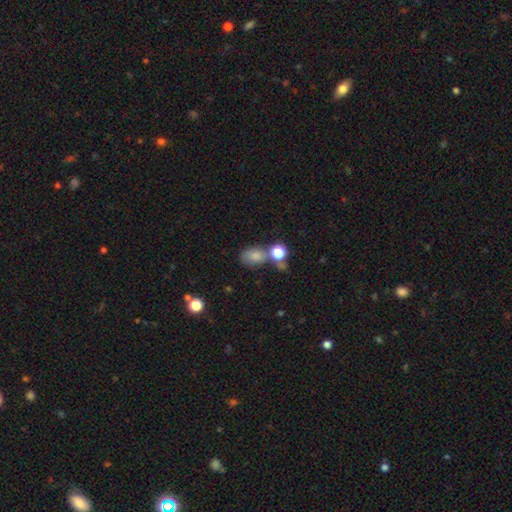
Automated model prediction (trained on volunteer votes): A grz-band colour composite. It shows a smooth galaxy with no disk features (76%) that is in between round and cigar-shaped (73%). Merging: none (43%).